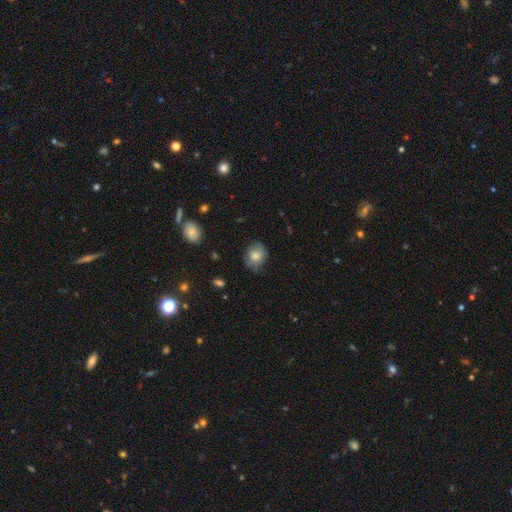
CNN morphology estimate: A smooth galaxy with no disk features (72%) that is round (63%). Merging: none (67%).